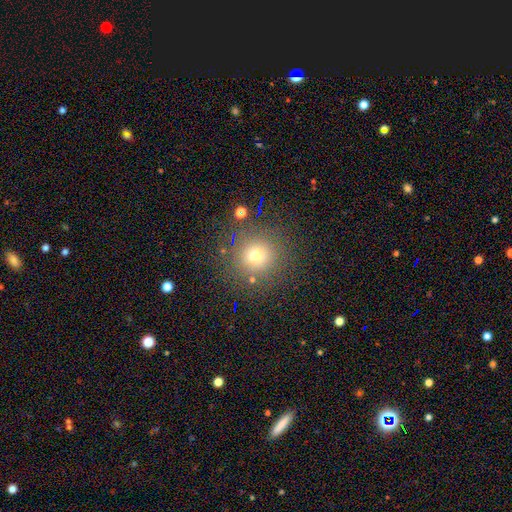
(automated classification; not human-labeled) smooth_or_featured: smooth (p=0.68) [alt: star or artifact p=0.22]
how_rounded: round (p=0.93) [alt: in between p=0.06]
merging: none (p=0.84) [alt: minor disturbance p=0.08]